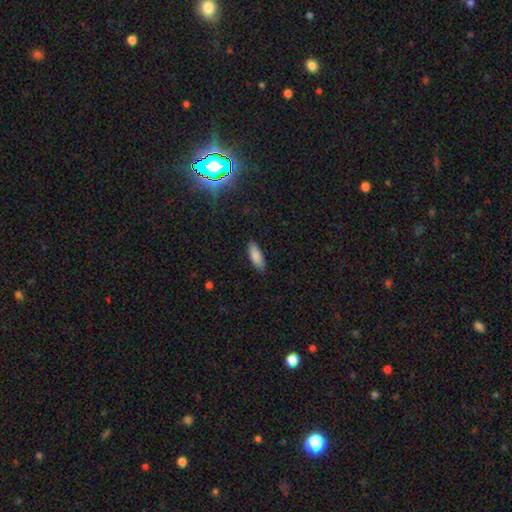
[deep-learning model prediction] Smooth or featured: smooth — 85% (featured or disk — 8%)
How rounded: in between — 64% (cigar-shaped — 34%)
Merging: none — 87% (minor disturbance — 10%)